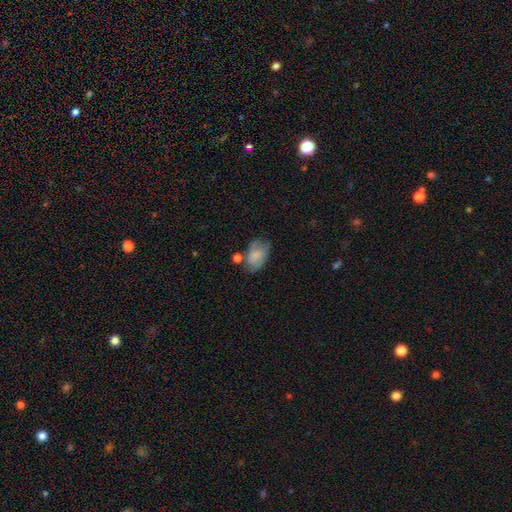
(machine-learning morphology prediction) A smooth galaxy with no disk features (68%) that is in between round and cigar-shaped (87%).

Vote fractions:
- Smooth or featured? smooth: 68% / featured or disk: 24% / star or artifact: 9%
- How rounded? in between: 87% / round: 12% / cigar-shaped: 1%
- Merging? none: 45% / minor disturbance: 28% / major disturbance: 13% / merger: 13%